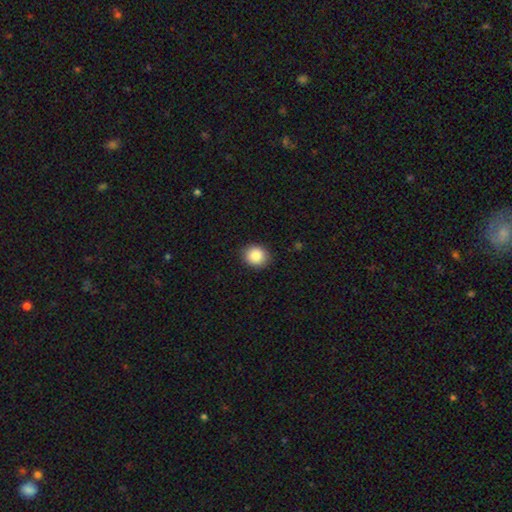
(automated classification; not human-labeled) Smooth or featured?
  - smooth: 88% *
  - star or artifact: 8%
  - featured or disk: 3%
How rounded?
  - round: 80% *
  - in between: 19%
  - cigar-shaped: 1%
Merging?
  - none: 90% *
  - minor disturbance: 7%
  - major disturbance: 2%
  - merger: 1%